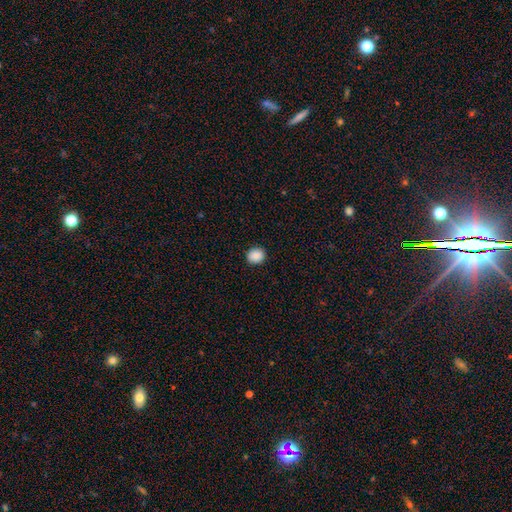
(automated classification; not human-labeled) This appears to be a smooth galaxy with no disk features (89%) that is round (75%). Merging: none (91%).